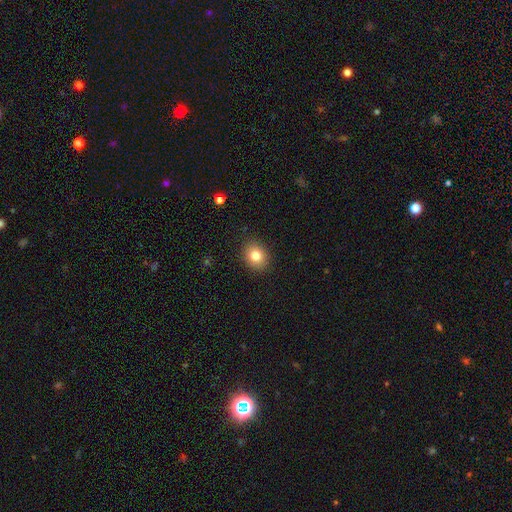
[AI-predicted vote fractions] This is clearly a smooth galaxy (81%). How rounded: possibly round (59%). Merging: clearly none (89%).